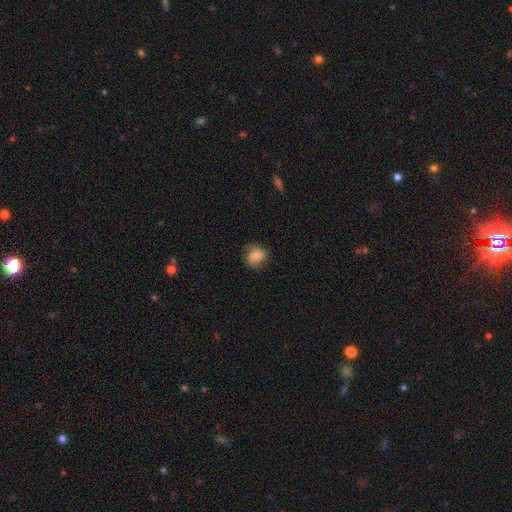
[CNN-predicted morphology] smooth-or-featured: smooth: 80% | featured or disk: 11% | star or artifact: 9%
  how-rounded: round: 56% | in between: 43% | cigar-shaped: 1%
  merging: none: 62% | minor disturbance: 26% | major disturbance: 10% | merger: 1%